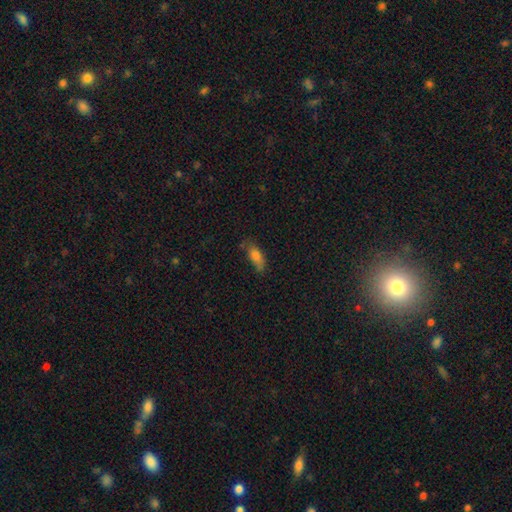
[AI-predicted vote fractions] Smooth or featured?
  - smooth: 75% *
  - featured or disk: 15%
  - star or artifact: 10%
How rounded?
  - in between: 73% *
  - cigar-shaped: 22%
  - round: 4%
Merging?
  - none: 55% *
  - minor disturbance: 31%
  - major disturbance: 11%
  - merger: 3%